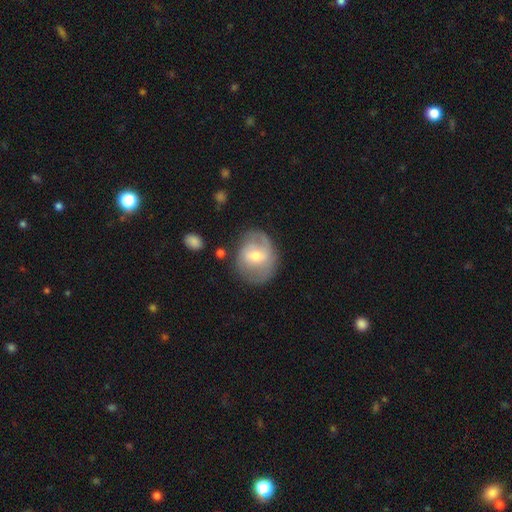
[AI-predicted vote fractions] The model was most divided on "bulge size": moderate: 51%, small: 42%, large: 4%, none: 1%, dominant: 1%. More confident: edge-on disk — no (96%); spiral arms — yes (75%); merging — none (64%); smooth or featured — featured or disk (62%); bar — weak (51%).